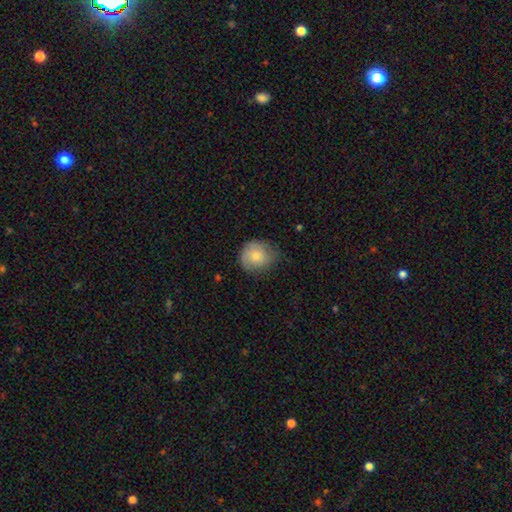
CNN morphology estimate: smooth 73%, featured or disk 20%, star or artifact 7%. Down the decision tree: how rounded — round (80%); merging — none (59%).